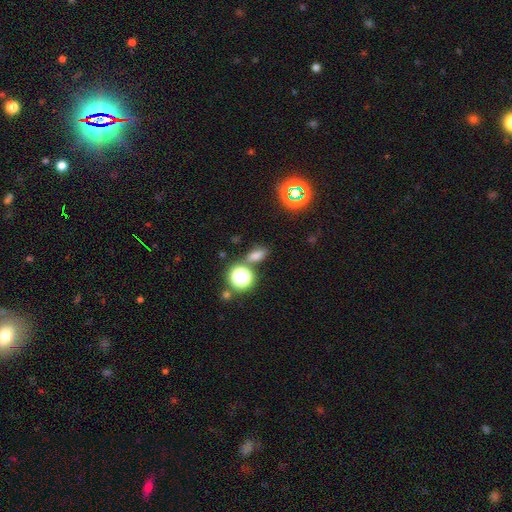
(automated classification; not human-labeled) Smooth or featured? smooth (68%)
How rounded? in between (72%)
Merging? none (72%)